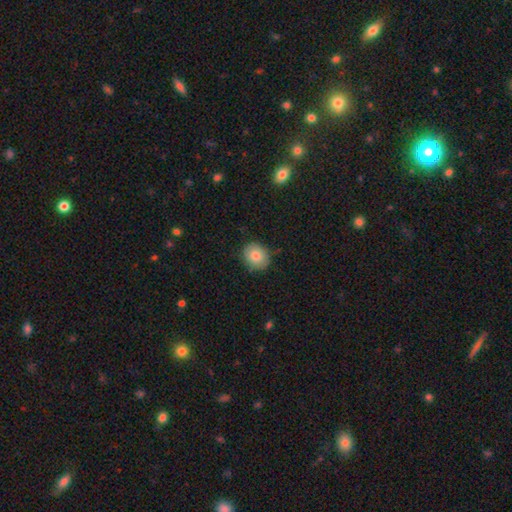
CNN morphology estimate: A smooth galaxy with no disk features (81%) that is round (71%). Merging: none (84%).